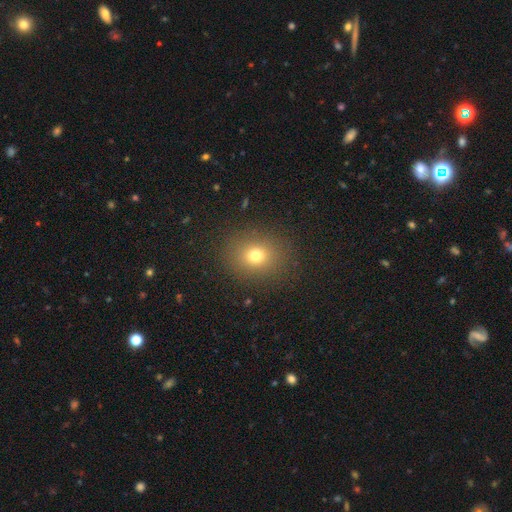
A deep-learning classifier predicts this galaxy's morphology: smooth-or-featured: smooth: 73% | star or artifact: 17% | featured or disk: 10%
  how-rounded: round: 66% | in between: 33% | cigar-shaped: 1%
  merging: none: 87% | minor disturbance: 8% | major disturbance: 4% | merger: 1%